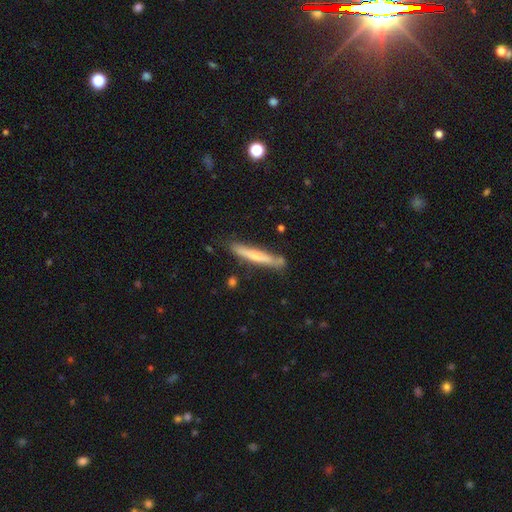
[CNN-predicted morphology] Q: Smooth or featured?
A: smooth (52%); runner-up: featured or disk (42%)
Q: How rounded?
A: cigar-shaped (95%); runner-up: in between (4%)
Q: Merging?
A: none (80%); runner-up: minor disturbance (14%)